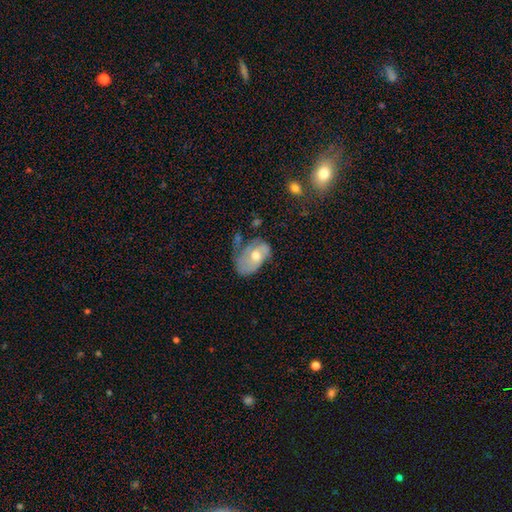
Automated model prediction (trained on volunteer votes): This appears to be a featured or disk galaxy (52%). Merging: minor disturbance (33%).